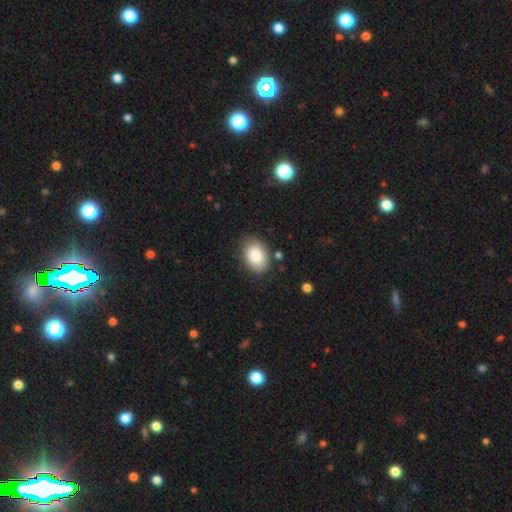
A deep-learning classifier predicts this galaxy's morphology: The model was most divided on "how rounded": in between: 77%, round: 22%, cigar-shaped: 1%. More confident: smooth or featured — smooth (84%); merging — none (81%).